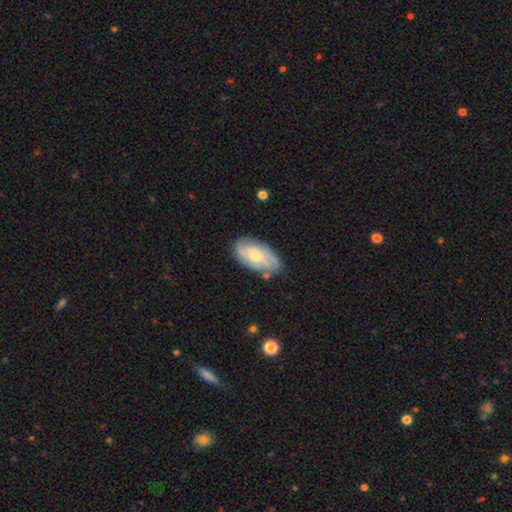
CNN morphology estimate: type=featured or disk (66%); edge-on=no (95%); bar=no (61%); spiral arms=yes (87%); winding=tight (52%); arm count=can't tell (37%); bulge=moderate (55%); merging=none (74%).